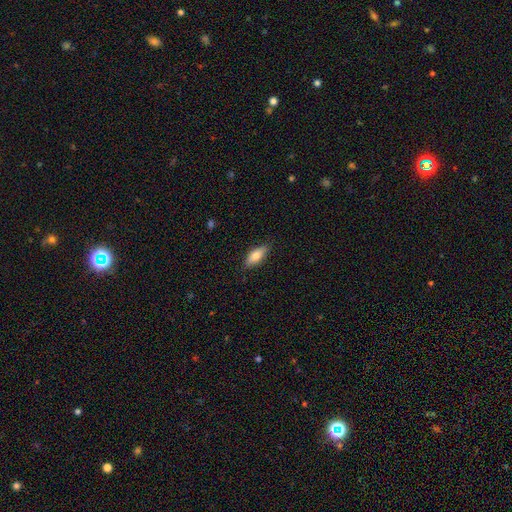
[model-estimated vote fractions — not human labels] This appears to be a smooth galaxy with no disk features (73%) that is in between round and cigar-shaped (73%). Merging: none (85%).